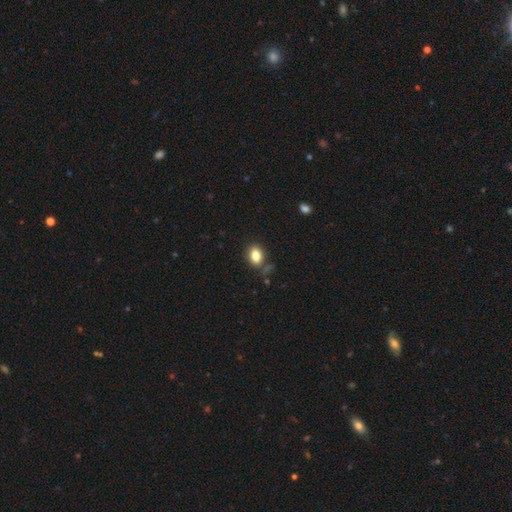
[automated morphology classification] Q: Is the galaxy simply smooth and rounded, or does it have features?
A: smooth — 83%.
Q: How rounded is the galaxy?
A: in between — 73%.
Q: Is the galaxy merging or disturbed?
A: none — 77%.